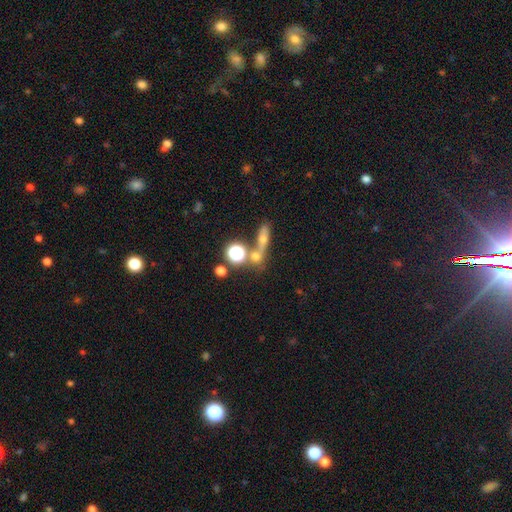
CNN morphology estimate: A smooth galaxy with no disk features (52%) that is round (56%).

Vote fractions:
- Smooth or featured? smooth: 52% / star or artifact: 27% / featured or disk: 21%
- How rounded? round: 56% / cigar-shaped: 22% / in between: 22%
- Merging? none: 53% / merger: 32% / minor disturbance: 9% / major disturbance: 6%